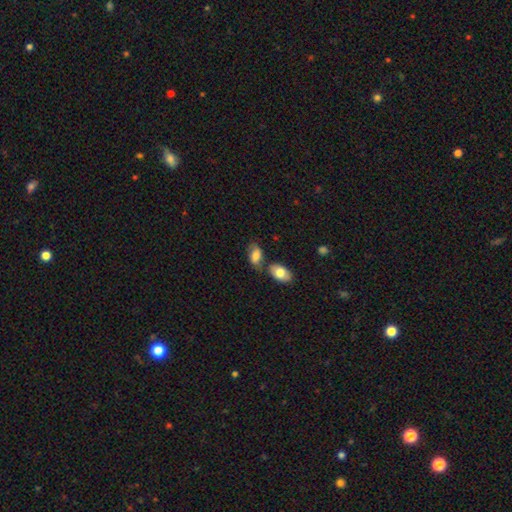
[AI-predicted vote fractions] Q: Smooth or featured?
A: smooth (71%); runner-up: featured or disk (21%)
Q: How rounded?
A: in between (91%); runner-up: round (6%)
Q: Merging?
A: none (50%); runner-up: merger (27%)